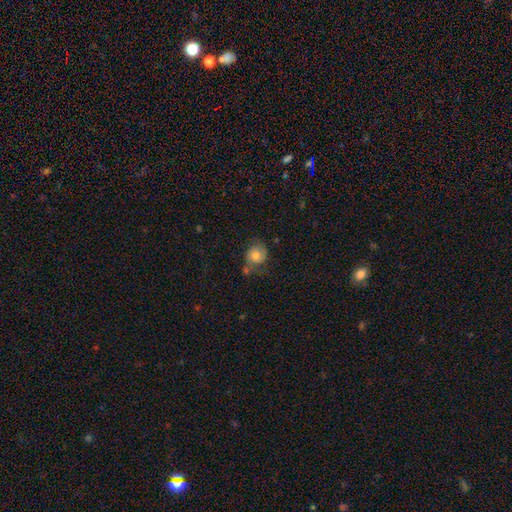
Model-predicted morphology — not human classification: Smooth or featured: smooth — 65% (featured or disk — 26%)
How rounded: round — 78% (in between — 21%)
Merging: none — 52% (minor disturbance — 25%)